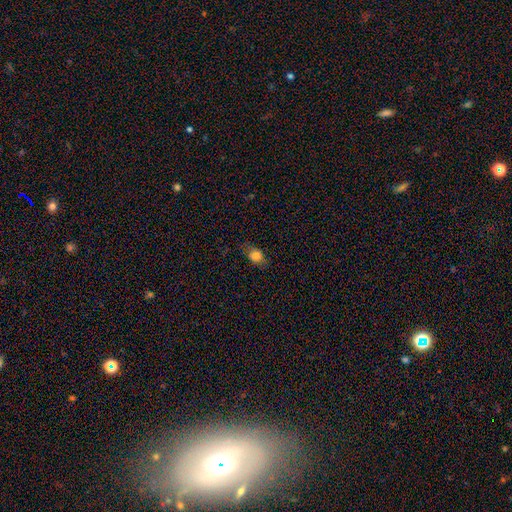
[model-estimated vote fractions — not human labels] smooth_or_featured: smooth (p=0.77) [alt: featured or disk p=0.12]
how_rounded: in between (p=0.69) [alt: round p=0.28]
merging: none (p=0.65) [alt: minor disturbance p=0.23]